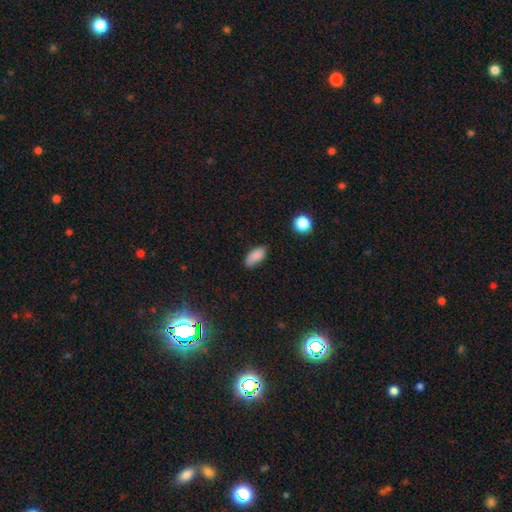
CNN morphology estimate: Overall: smooth (86%). How rounded: in between (88%). Merging: none (73%).